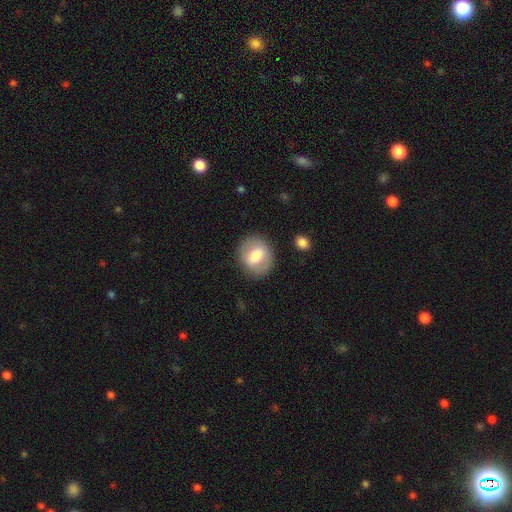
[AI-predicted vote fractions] Smooth or featured: smooth — 58% (featured or disk — 35%)
How rounded: round — 64% (in between — 35%)
Merging: none — 83% (minor disturbance — 11%)